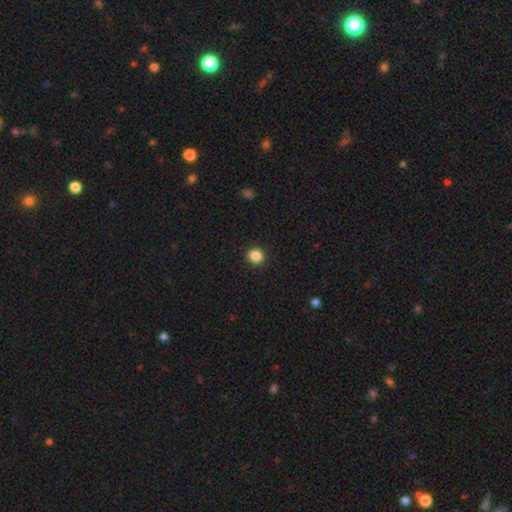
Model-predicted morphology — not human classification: This appears to be a smooth galaxy with no disk features (86%) that is round (74%). Merging: none (91%).